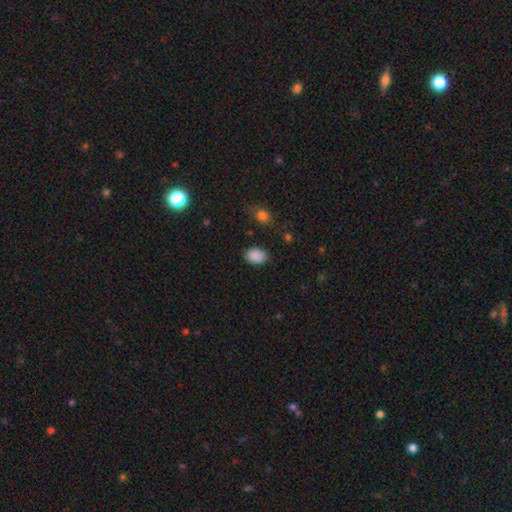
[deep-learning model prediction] Q: Smooth or featured?
A: smooth (89%); runner-up: star or artifact (8%)
Q: How rounded?
A: in between (81%); runner-up: round (18%)
Q: Merging?
A: none (85%); runner-up: minor disturbance (11%)